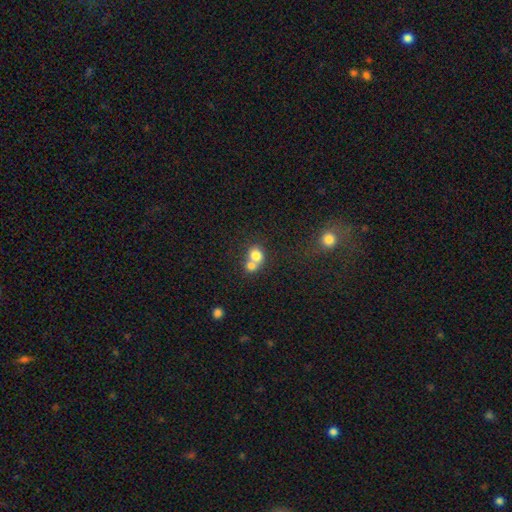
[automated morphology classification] Overall: smooth (77%). How rounded: round (71%). Merging: merger (63%; none 29%).